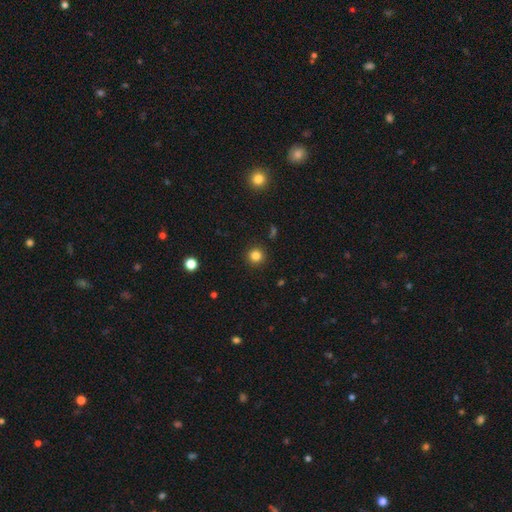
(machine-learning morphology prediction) type=smooth (83%); roundness=round (94%); merging=none (91%).